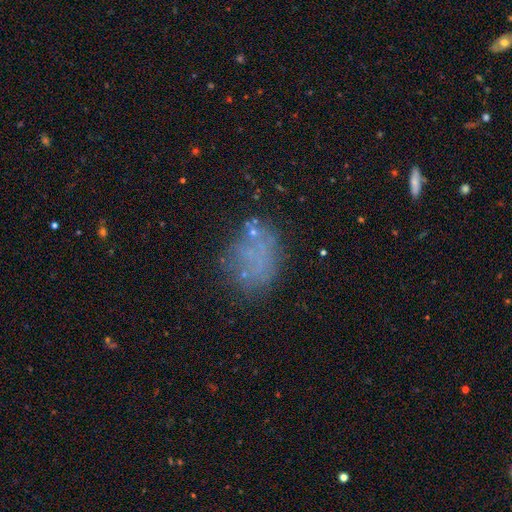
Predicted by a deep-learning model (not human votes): smooth_or_featured: smooth (p=0.46) [alt: featured or disk p=0.31]
merging: none (p=0.61) [alt: minor disturbance p=0.18]